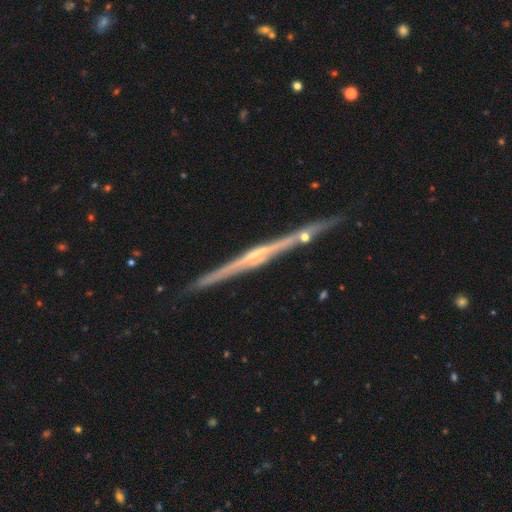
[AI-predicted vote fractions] Morphology: type=featured or disk (85%); edge-on=yes (98%); edge-on bulge=rounded (57%); merging=none (85%).